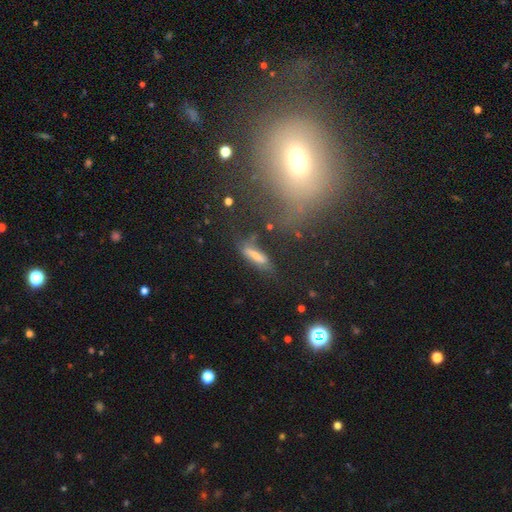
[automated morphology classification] smooth_or_featured: smooth (p=0.59) [alt: featured or disk p=0.29]
how_rounded: cigar-shaped (p=0.68) [alt: in between p=0.29]
merging: none (p=0.53) [alt: minor disturbance p=0.25]